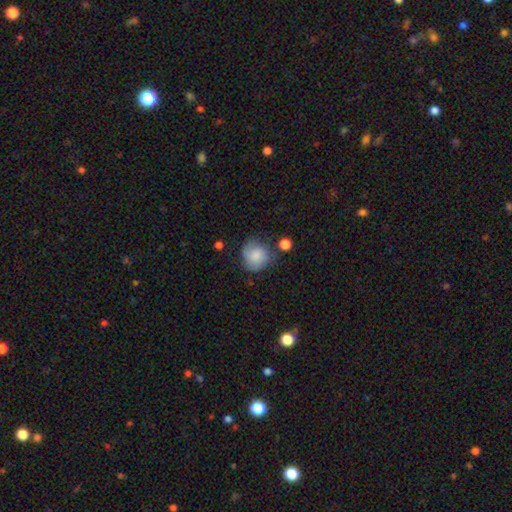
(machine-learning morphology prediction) Smooth or featured? smooth (69%)
How rounded? round (85%)
Merging? none (60%)